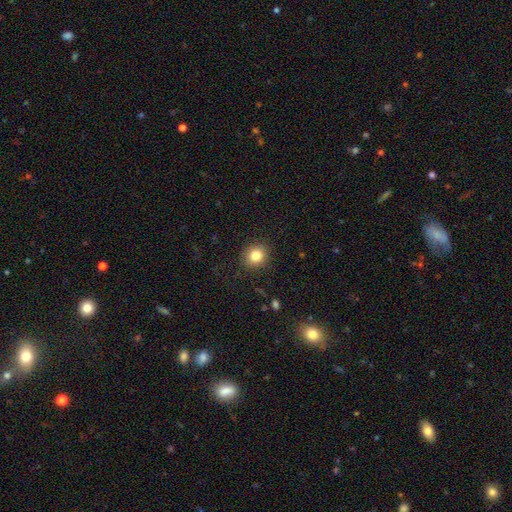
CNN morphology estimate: smooth_or_featured: smooth (p=0.83) [alt: star or artifact p=0.11]
how_rounded: round (p=0.79) [alt: in between p=0.20]
merging: none (p=0.89) [alt: minor disturbance p=0.07]